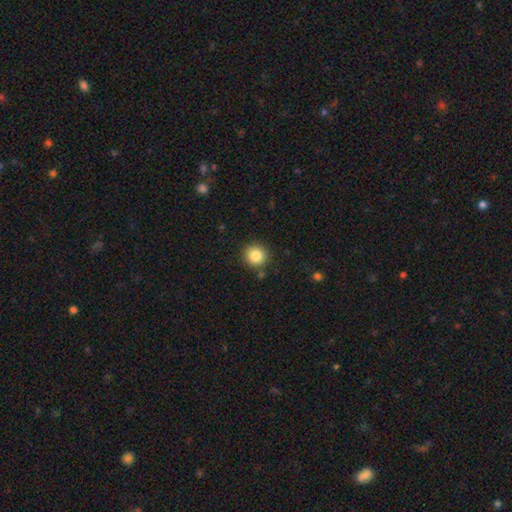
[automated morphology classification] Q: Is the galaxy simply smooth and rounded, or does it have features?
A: smooth — 84%.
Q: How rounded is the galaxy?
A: round — 93%.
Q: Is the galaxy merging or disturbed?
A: none — 88%.